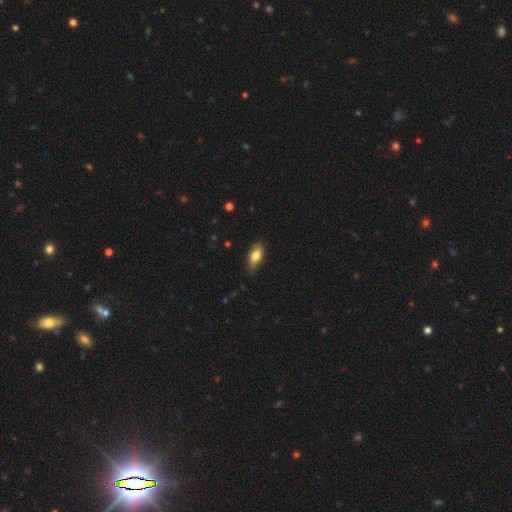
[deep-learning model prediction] Overall: smooth (81%). How rounded: in between (87%). Merging: none (78%).